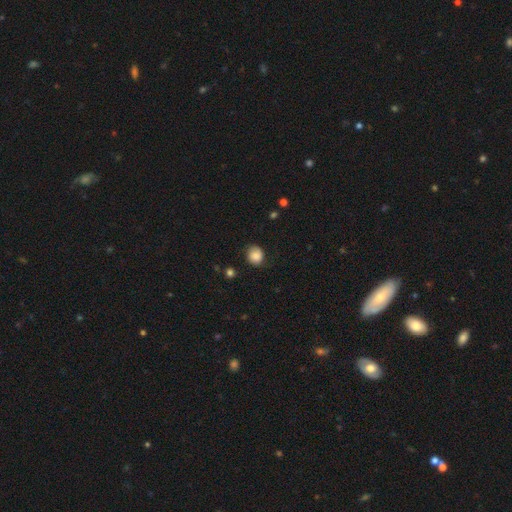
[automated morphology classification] Overall: smooth (83%). How rounded: round (75%). Merging: none (73%).